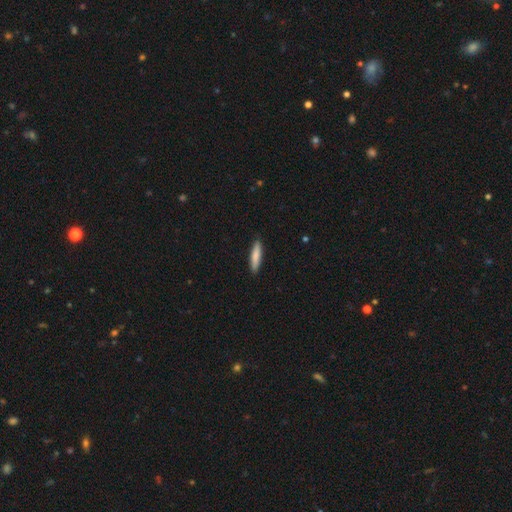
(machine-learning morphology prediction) The model was most divided on "how rounded": cigar-shaped: 83%, in between: 16%, round: 1%. More confident: merging — none (90%); smooth or featured — smooth (82%).